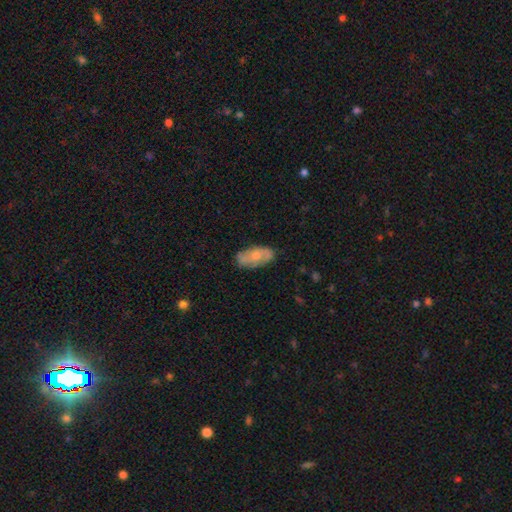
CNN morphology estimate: This appears to be a smooth galaxy with no disk features (54%) that is in between round and cigar-shaped (90%). Merging: none (73%).